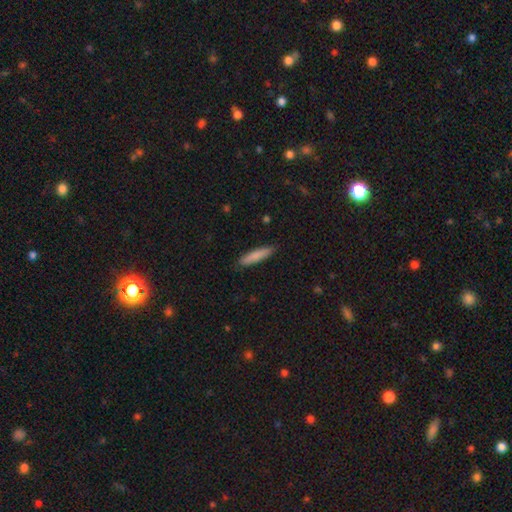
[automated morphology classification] Smooth or featured: smooth — 83% (featured or disk — 11%)
How rounded: cigar-shaped — 85% (in between — 14%)
Merging: none — 88% (minor disturbance — 9%)